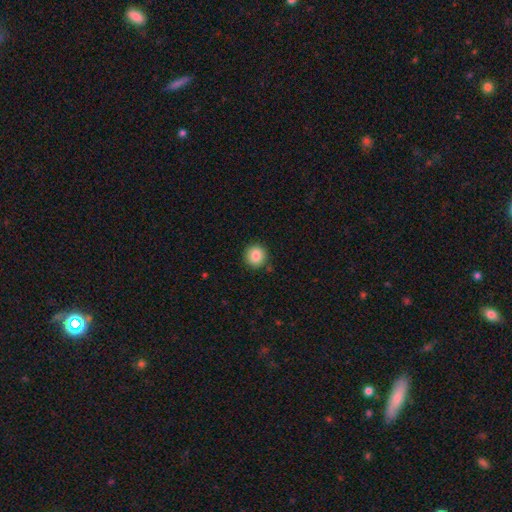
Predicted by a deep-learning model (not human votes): A smooth galaxy with no disk features (86%) that is round (91%). Merging: none (90%).